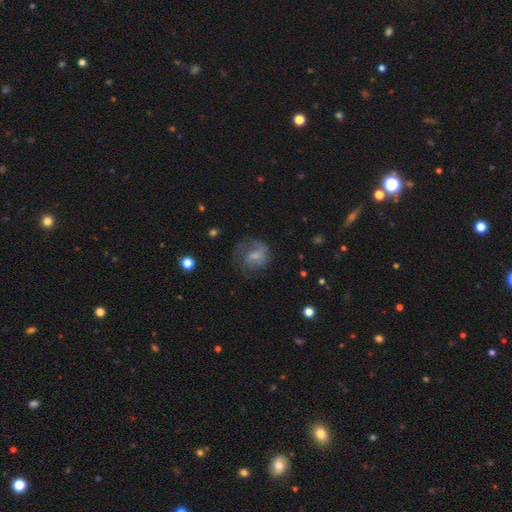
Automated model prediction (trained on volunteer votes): featured or disk 50%, smooth 40%, star or artifact 10%. Down the decision tree: edge-on disk — no (97%); merging — none (46%).